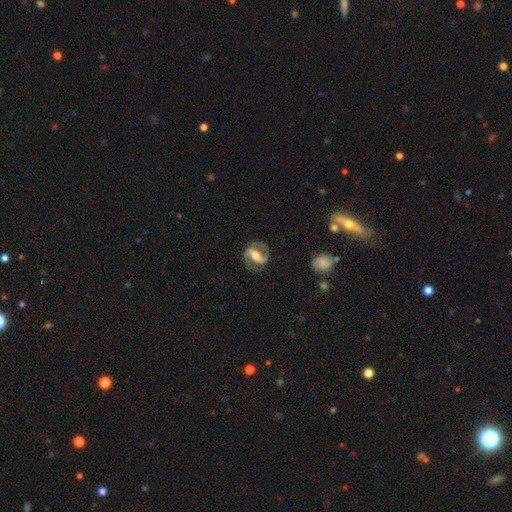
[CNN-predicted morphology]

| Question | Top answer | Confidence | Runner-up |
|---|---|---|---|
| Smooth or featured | featured or disk | 83% | smooth (12%) |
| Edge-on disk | no | 96% | yes (4%) |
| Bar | strong | 55% | weak (31%) |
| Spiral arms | yes | 93% | no (7%) |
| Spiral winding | medium | 52% | tight (24%) |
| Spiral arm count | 2 | 91% | can't tell (3%) |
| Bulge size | moderate | 59% | small (27%) |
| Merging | none | 79% | minor disturbance (13%) |